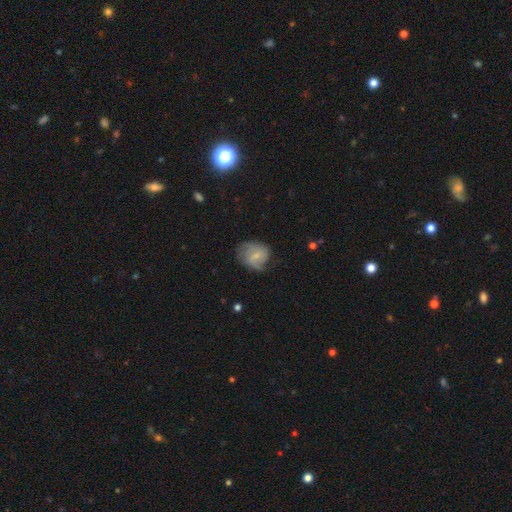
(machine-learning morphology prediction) The model was most divided on "smooth or featured": featured or disk: 48%, smooth: 45%, star or artifact: 7%. More confident: merging — none (52%).